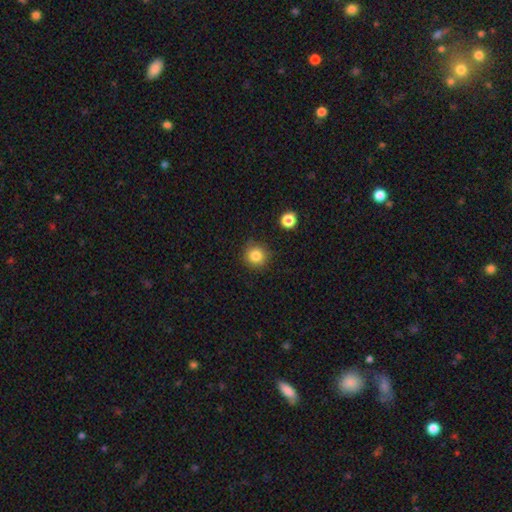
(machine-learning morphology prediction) Q: Smooth or featured?
A: smooth (83%); runner-up: star or artifact (11%)
Q: How rounded?
A: round (92%); runner-up: in between (7%)
Q: Merging?
A: none (86%); runner-up: minor disturbance (9%)